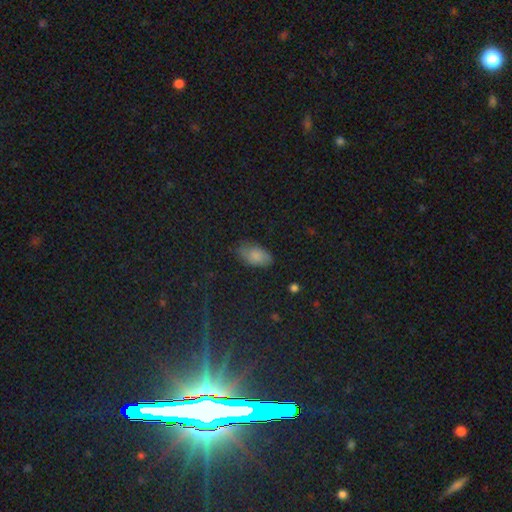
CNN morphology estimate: smooth_or_featured: smooth (p=0.80) [alt: featured or disk p=0.10]
how_rounded: in between (p=0.94) [alt: round p=0.04]
merging: none (p=0.77) [alt: minor disturbance p=0.17]